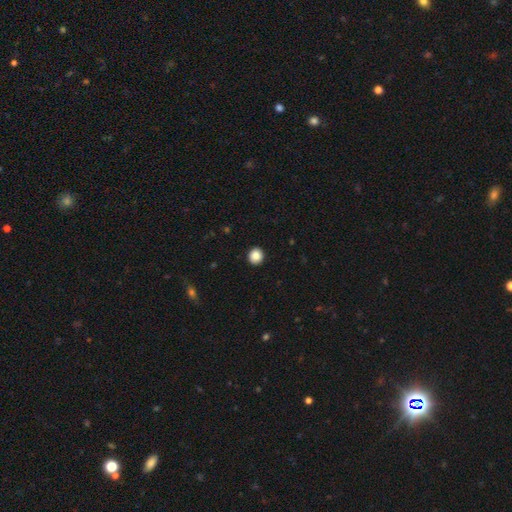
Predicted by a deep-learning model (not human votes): smooth-or-featured: smooth: 87% | star or artifact: 9% | featured or disk: 4%
  how-rounded: round: 88% | in between: 11% | cigar-shaped: 1%
  merging: none: 93% | minor disturbance: 5% | major disturbance: 2% | merger: 1%